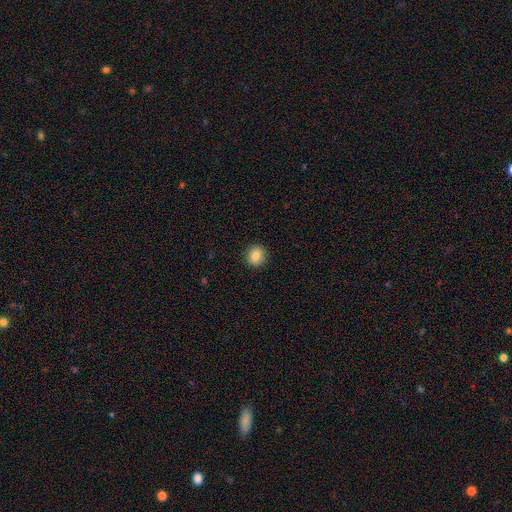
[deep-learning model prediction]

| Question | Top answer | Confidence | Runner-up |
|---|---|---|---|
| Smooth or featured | smooth | 83% | star or artifact (10%) |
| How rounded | round | 86% | in between (13%) |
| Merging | none | 91% | minor disturbance (6%) |